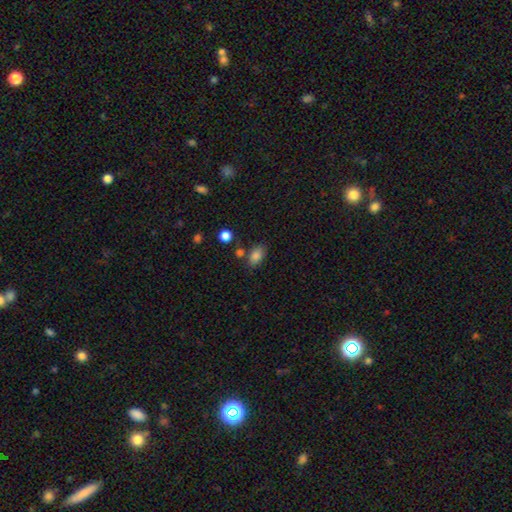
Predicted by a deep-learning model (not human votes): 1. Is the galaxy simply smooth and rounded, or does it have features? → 84% smooth, 10% star or artifact, 6% featured or disk.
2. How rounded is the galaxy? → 86% in between, 13% round, 2% cigar-shaped.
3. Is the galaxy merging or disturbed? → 70% none, 15% minor disturbance, 10% merger, 4% major disturbance.